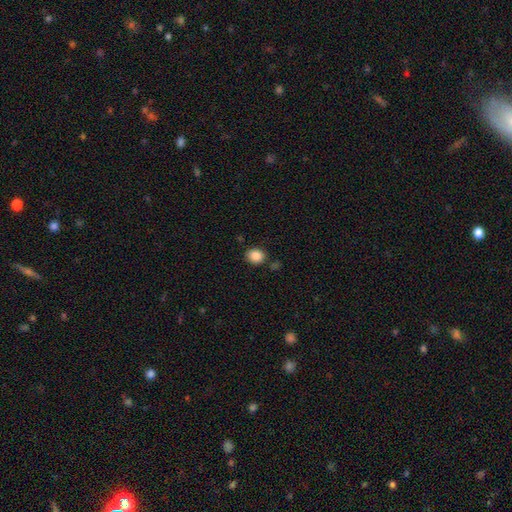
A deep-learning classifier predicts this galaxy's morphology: smooth_or_featured: smooth (p=0.87) [alt: star or artifact p=0.09]
how_rounded: round (p=0.63) [alt: in between p=0.36]
merging: none (p=0.82) [alt: minor disturbance p=0.11]